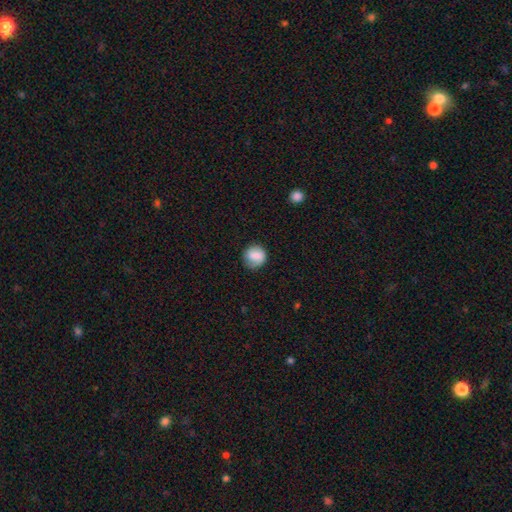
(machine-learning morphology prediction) This appears to be a smooth galaxy with no disk features (83%) that is round (89%). Merging: none (78%).